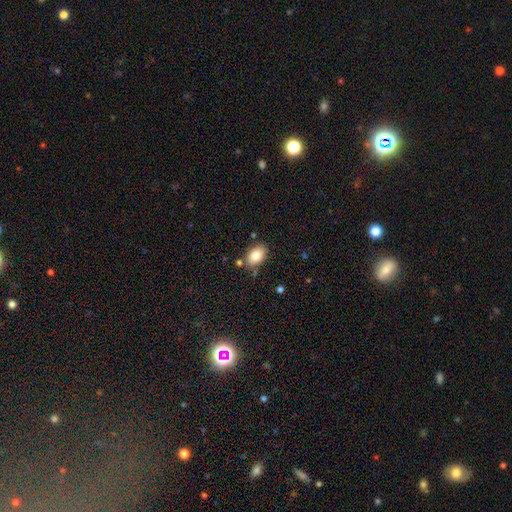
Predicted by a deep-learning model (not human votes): smooth 84%, featured or disk 8%, star or artifact 8%. Down the decision tree: how rounded — in between (88%); merging — none (78%).